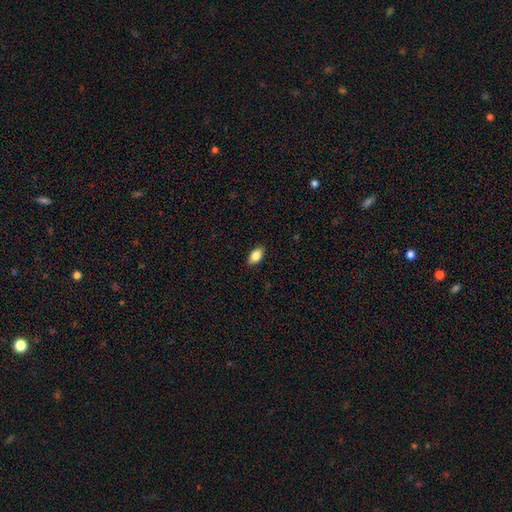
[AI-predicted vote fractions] This appears to be a smooth galaxy with no disk features (83%) that is in between round and cigar-shaped (91%). Merging: none (88%).